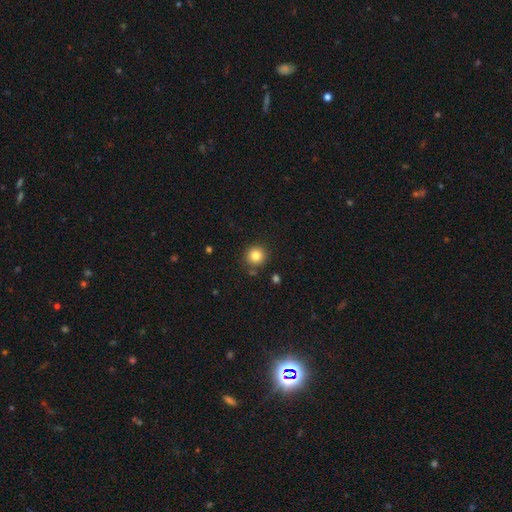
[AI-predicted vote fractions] Smooth or featured?
  - smooth: 83% *
  - star or artifact: 11%
  - featured or disk: 6%
How rounded?
  - round: 94% *
  - in between: 5%
  - cigar-shaped: 1%
Merging?
  - none: 87% *
  - minor disturbance: 7%
  - merger: 4%
  - major disturbance: 2%